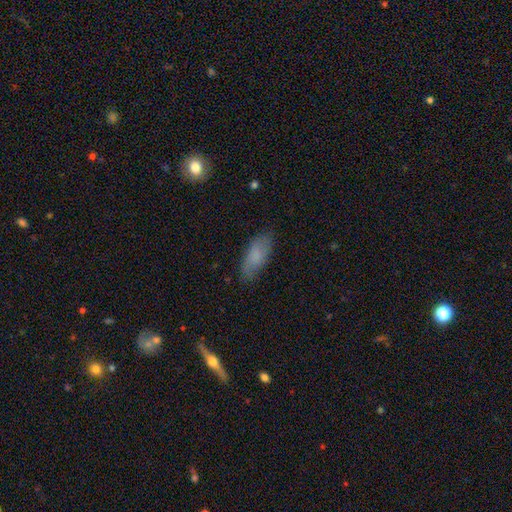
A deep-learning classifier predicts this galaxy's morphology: Q: Smooth or featured?
A: smooth (75%); runner-up: featured or disk (17%)
Q: How rounded?
A: in between (79%); runner-up: cigar-shaped (19%)
Q: Merging?
A: none (77%); runner-up: minor disturbance (17%)